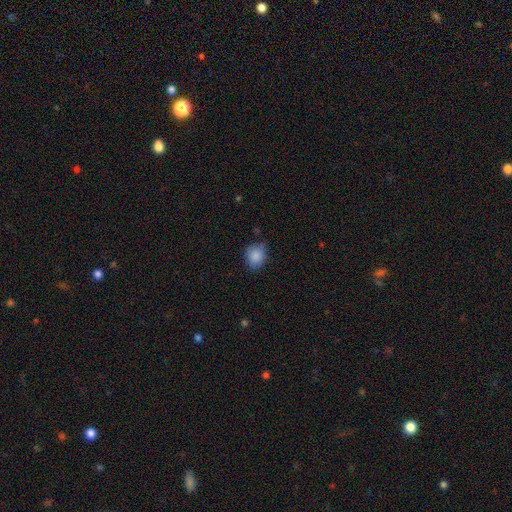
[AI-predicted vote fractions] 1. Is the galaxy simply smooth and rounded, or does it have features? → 86% smooth, 8% star or artifact, 5% featured or disk.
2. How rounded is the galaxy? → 65% round, 34% in between, 1% cigar-shaped.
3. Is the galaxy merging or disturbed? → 68% none, 26% minor disturbance, 5% major disturbance, 2% merger.